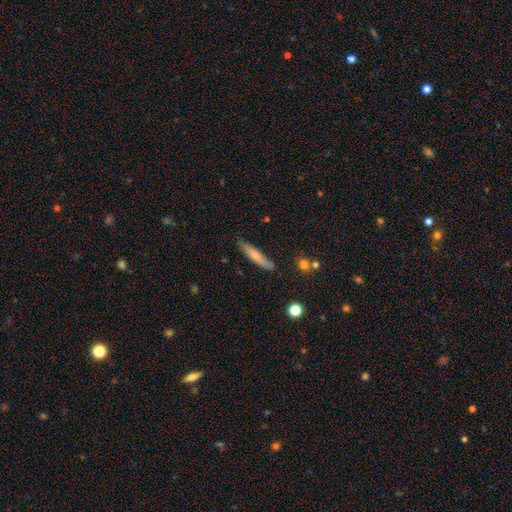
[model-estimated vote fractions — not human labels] This appears to be a smooth galaxy with no disk features (67%) that is cigar-shaped (88%). Merging: none (76%).